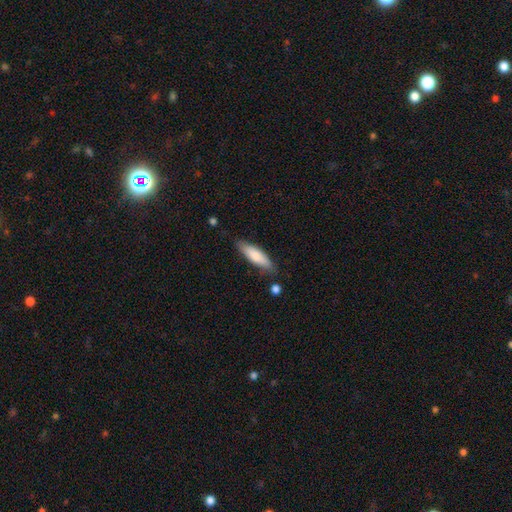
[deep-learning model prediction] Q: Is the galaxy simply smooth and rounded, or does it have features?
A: smooth — 79%.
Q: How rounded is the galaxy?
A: cigar-shaped — 62%.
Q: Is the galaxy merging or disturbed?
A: none — 80%.